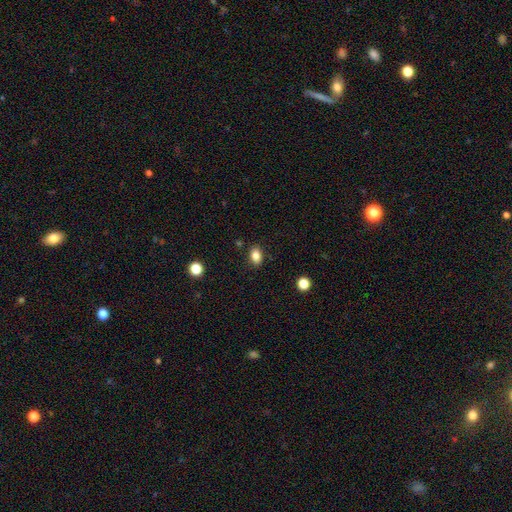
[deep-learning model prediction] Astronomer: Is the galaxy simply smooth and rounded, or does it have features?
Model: smooth — 84%.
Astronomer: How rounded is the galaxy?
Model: in between — 78%.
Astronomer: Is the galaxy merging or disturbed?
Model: none — 86%.